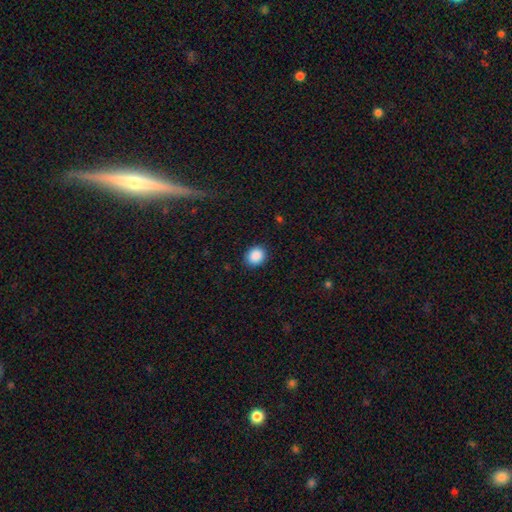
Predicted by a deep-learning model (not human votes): smooth_or_featured: smooth (p=0.89) [alt: star or artifact p=0.08]
how_rounded: round (p=0.70) [alt: in between p=0.29]
merging: none (p=0.90) [alt: minor disturbance p=0.07]